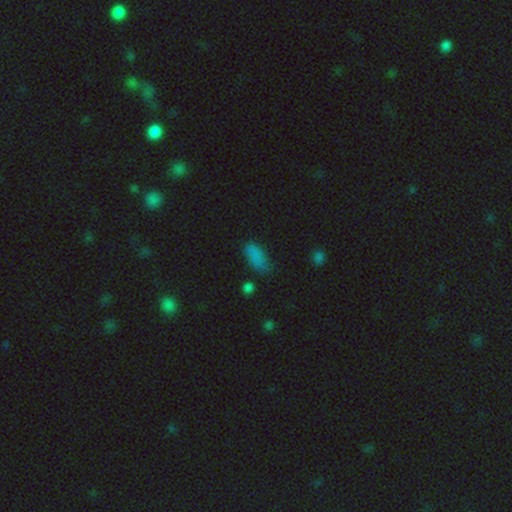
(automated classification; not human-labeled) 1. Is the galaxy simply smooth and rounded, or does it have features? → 80% smooth, 14% star or artifact, 6% featured or disk.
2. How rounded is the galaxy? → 82% in between, 14% cigar-shaped, 4% round.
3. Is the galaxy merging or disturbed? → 65% none, 25% minor disturbance, 7% major disturbance, 4% merger.